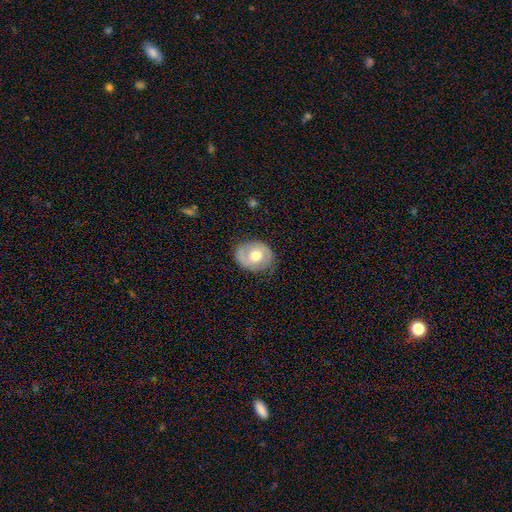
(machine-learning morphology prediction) This is possibly a featured or disk galaxy (48%). Merging: likely none (76%).